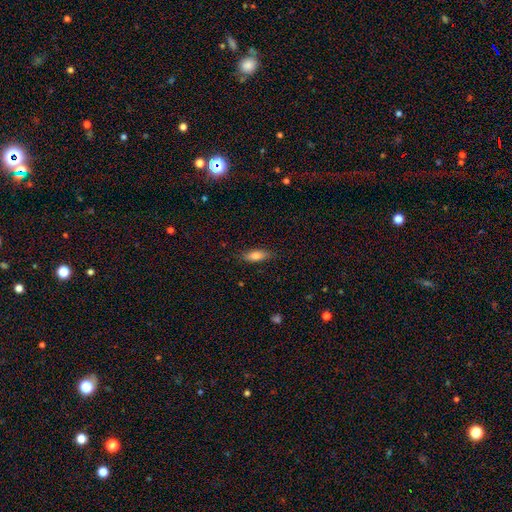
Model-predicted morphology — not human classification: A smooth galaxy with no disk features (81%) that is in between round and cigar-shaped (72%). Merging: none (84%).